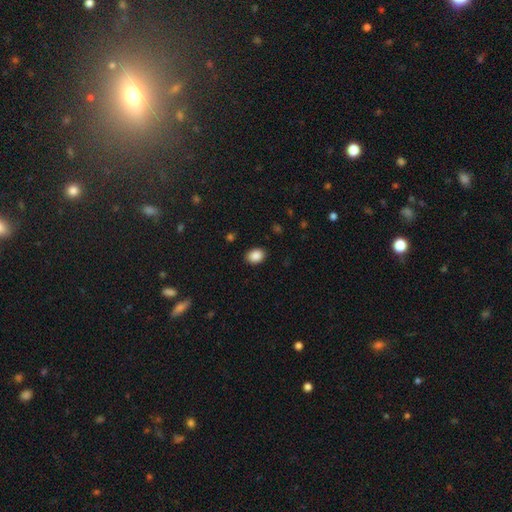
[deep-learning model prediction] Smooth or featured?
  - smooth: 88% *
  - star or artifact: 8%
  - featured or disk: 3%
How rounded?
  - in between: 61% *
  - round: 38%
  - cigar-shaped: 1%
Merging?
  - none: 89% *
  - minor disturbance: 8%
  - major disturbance: 2%
  - merger: 1%